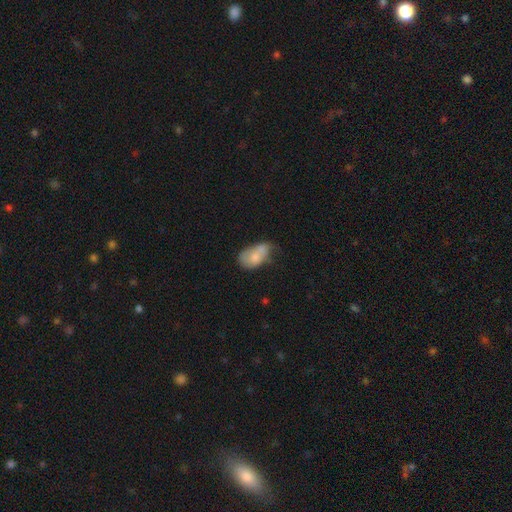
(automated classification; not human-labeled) This appears to be a smooth galaxy with no disk features (68%) that is in between round and cigar-shaped (89%). Merging: minor disturbance (34%).